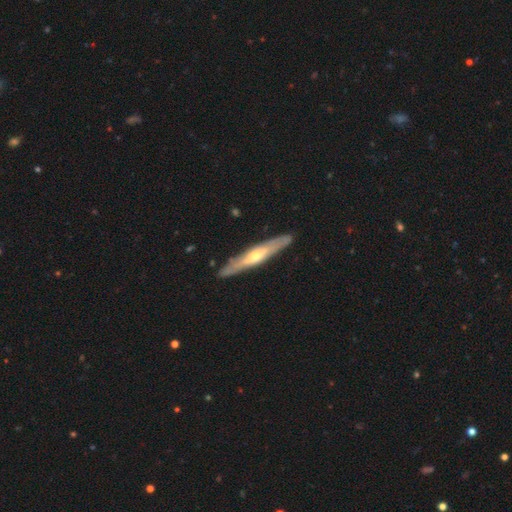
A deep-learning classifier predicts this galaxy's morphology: Smooth or featured? featured or disk (65%)
Edge-on disk? yes (86%)
Edge-on bulge? rounded (80%)
Merging? none (88%)